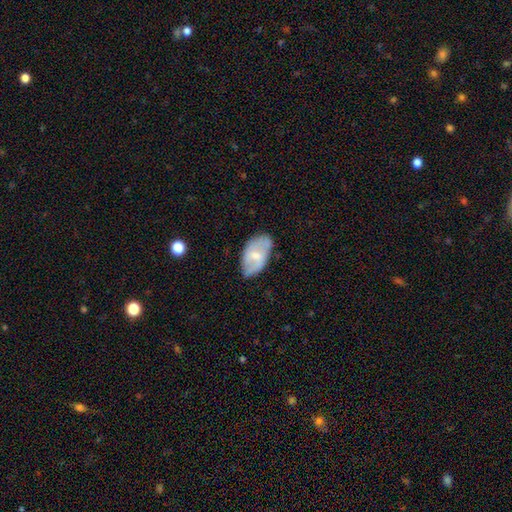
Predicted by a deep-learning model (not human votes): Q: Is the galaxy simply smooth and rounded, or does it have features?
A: smooth — 51%.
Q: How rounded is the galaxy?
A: in between — 93%.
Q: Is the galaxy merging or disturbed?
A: none — 64%.